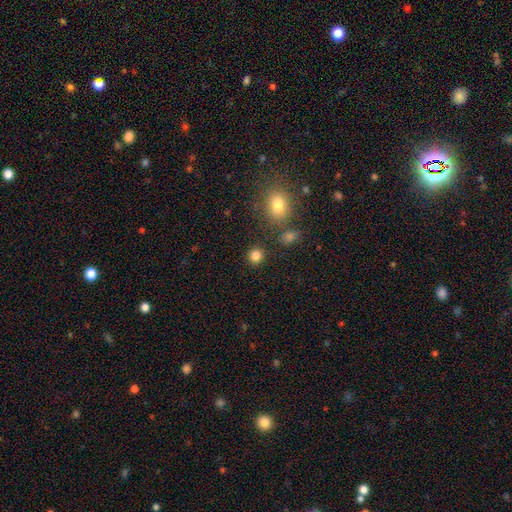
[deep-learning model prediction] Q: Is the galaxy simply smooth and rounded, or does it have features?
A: smooth — 84%.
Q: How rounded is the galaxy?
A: round — 88%.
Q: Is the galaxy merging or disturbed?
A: none — 86%.